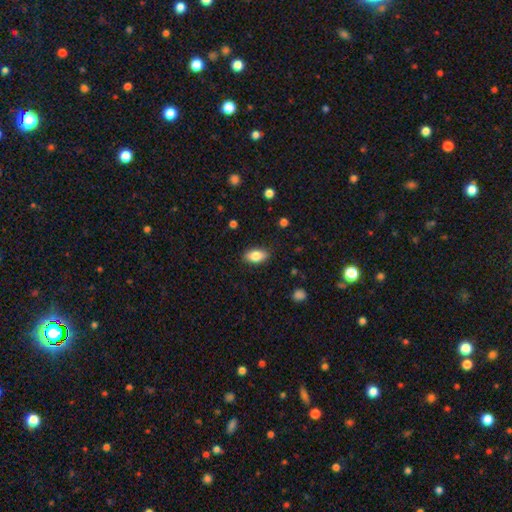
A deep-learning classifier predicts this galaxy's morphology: Smooth or featured: smooth — 83% (featured or disk — 10%)
How rounded: in between — 91% (round — 5%)
Merging: none — 86% (minor disturbance — 10%)